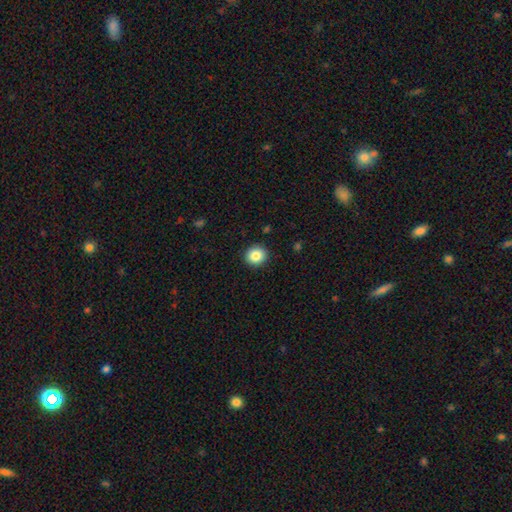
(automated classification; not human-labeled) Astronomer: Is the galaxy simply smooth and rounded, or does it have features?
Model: smooth — 86%.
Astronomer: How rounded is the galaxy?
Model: round — 87%.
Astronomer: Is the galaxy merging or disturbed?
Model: none — 91%.